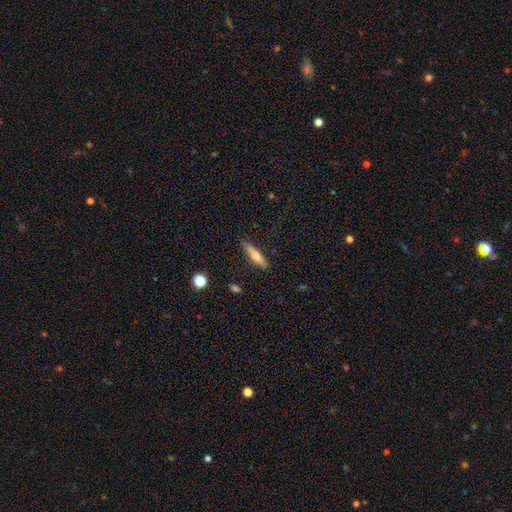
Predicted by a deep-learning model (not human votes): Morphology: type=smooth (61%); roundness=cigar-shaped (83%); merging=none (86%).